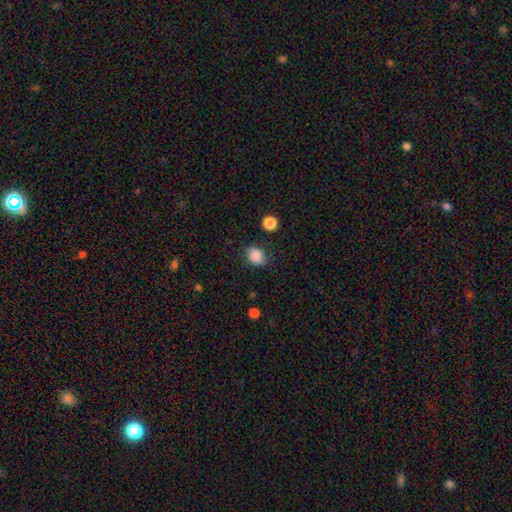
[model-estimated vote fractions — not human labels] Morphology: type=smooth (86%); roundness=in between (52%); merging=none (79%).